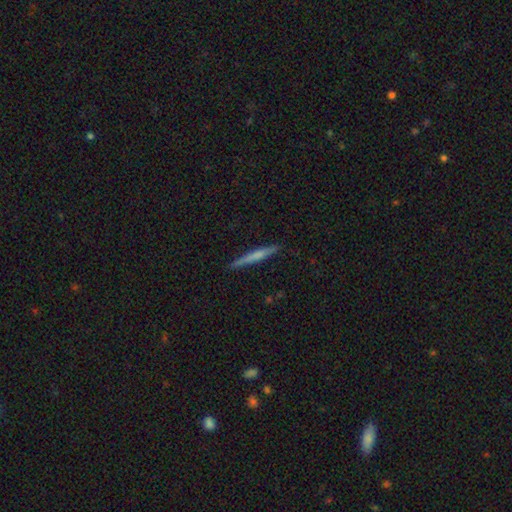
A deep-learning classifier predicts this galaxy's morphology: Overall: smooth (53%; featured or disk 41%). How rounded: cigar-shaped (96%). Merging: none (90%).